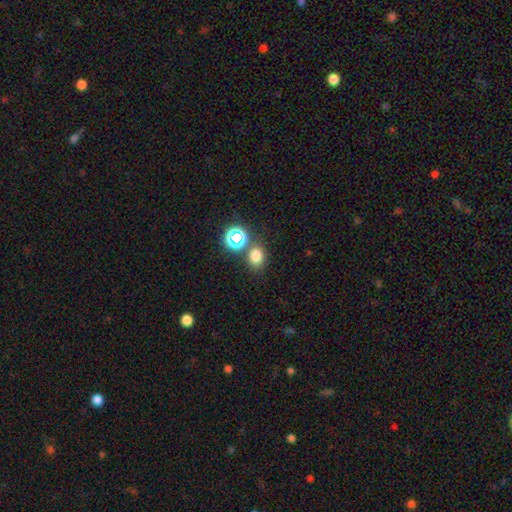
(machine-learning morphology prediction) smooth 73%, star or artifact 21%, featured or disk 6%. Down the decision tree: how rounded — round (51%); merging — none (74%).